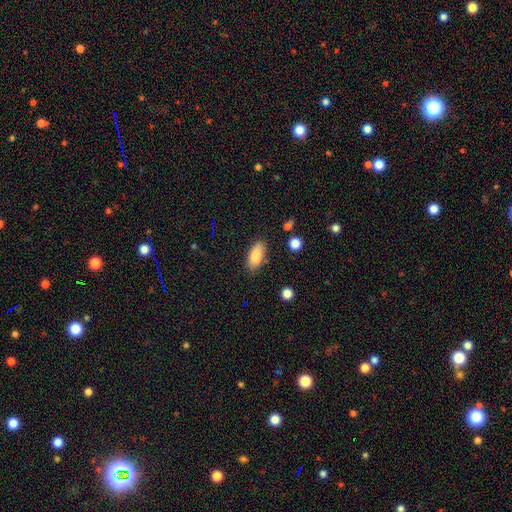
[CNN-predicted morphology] type=smooth (84%); roundness=in between (87%); merging=none (81%).